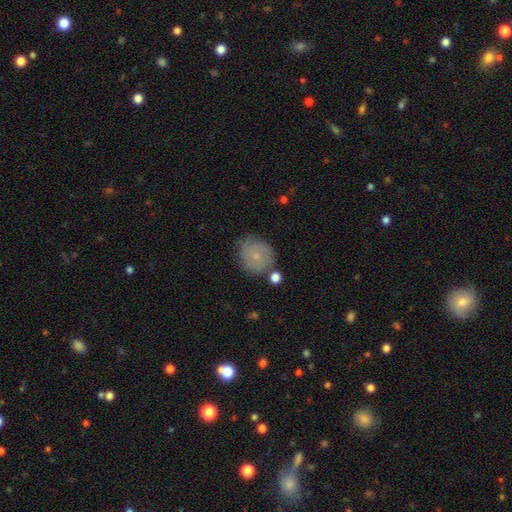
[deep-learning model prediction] Smooth or featured: smooth — 55% (featured or disk — 36%)
How rounded: round — 82% (in between — 17%)
Merging: none — 71% (minor disturbance — 19%)